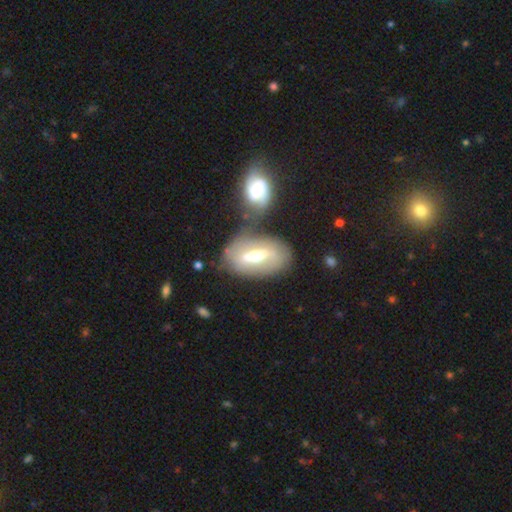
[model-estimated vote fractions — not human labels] Smooth or featured? Predicted: featured or disk (p=0.63). Edge-on disk? Predicted: no (p=0.82). Bar? Predicted: strong (p=0.54). Spiral arms? Predicted: no (p=0.55). Bulge size? Predicted: moderate (p=0.69). Merging? Predicted: none (p=0.54).